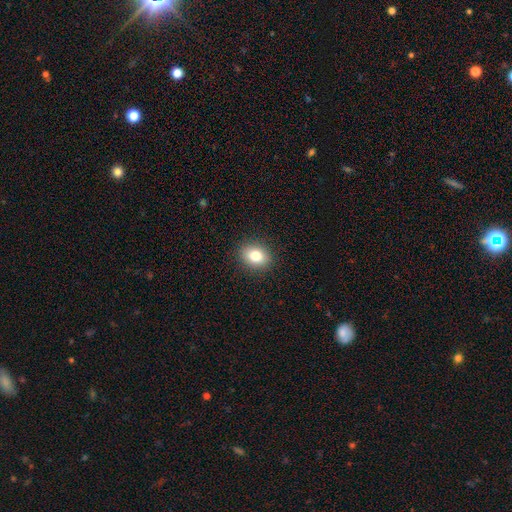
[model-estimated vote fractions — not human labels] smooth 81%, star or artifact 10%, featured or disk 8%. Down the decision tree: how rounded — in between (52%); merging — none (90%).